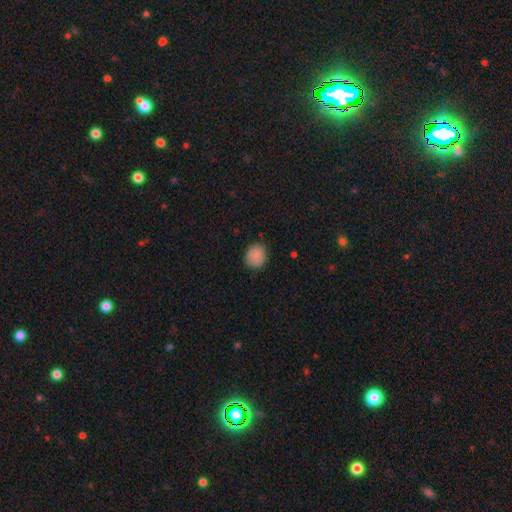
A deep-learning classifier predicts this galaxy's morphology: The model was most divided on "how rounded": round: 74%, in between: 25%, cigar-shaped: 1%. More confident: smooth or featured — smooth (87%); merging — none (83%).